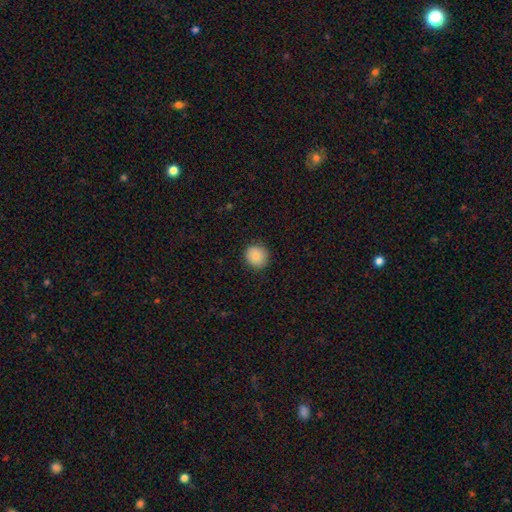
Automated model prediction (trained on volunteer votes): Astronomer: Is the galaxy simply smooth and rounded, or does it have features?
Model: smooth — 87%.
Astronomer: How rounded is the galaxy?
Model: round — 90%.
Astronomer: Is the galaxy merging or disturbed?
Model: none — 88%.